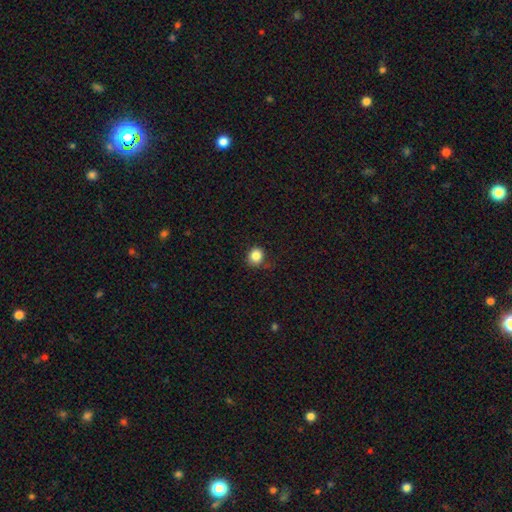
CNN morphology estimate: This appears to be a smooth galaxy with no disk features (85%) that is round (83%). Merging: none (78%).